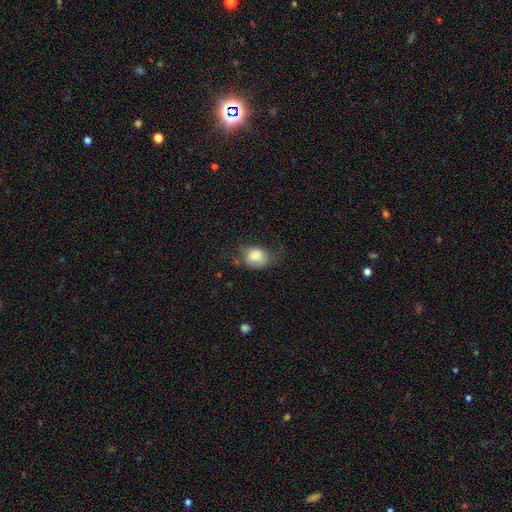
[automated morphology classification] smooth 82%, featured or disk 10%, star or artifact 8%. Down the decision tree: how rounded — in between (54%); merging — none (44%).